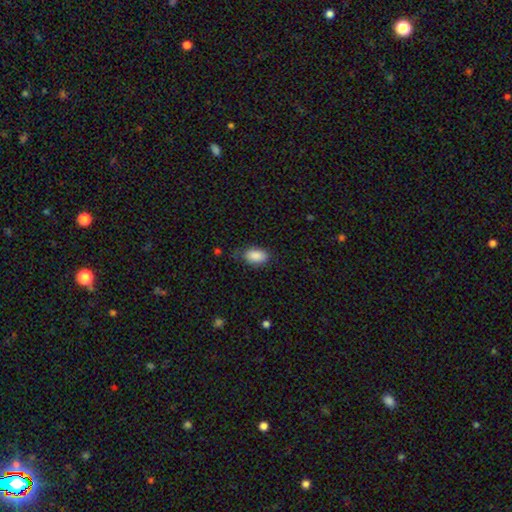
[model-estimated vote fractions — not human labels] Smooth or featured? smooth (89%)
How rounded? in between (92%)
Merging? none (72%)